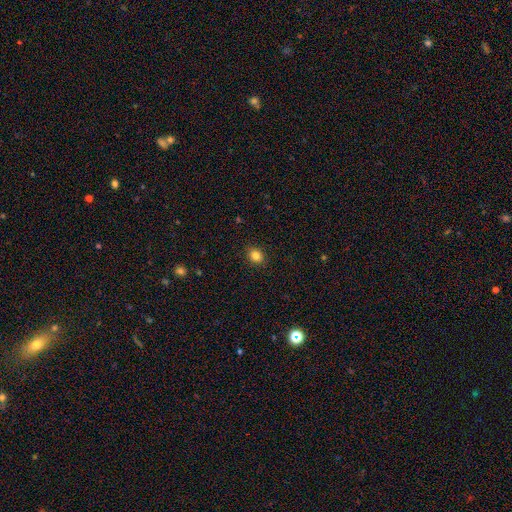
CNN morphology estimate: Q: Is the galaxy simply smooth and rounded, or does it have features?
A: smooth — 83%.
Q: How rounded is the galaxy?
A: round — 63%.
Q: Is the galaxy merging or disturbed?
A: none — 90%.